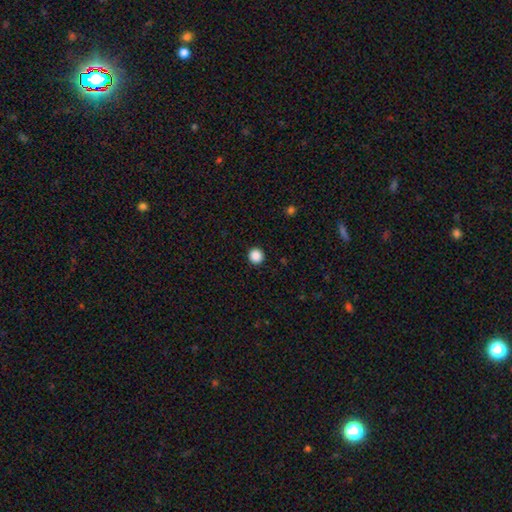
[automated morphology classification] Smooth or featured: smooth — 88% (star or artifact — 10%)
How rounded: round — 96% (in between — 3%)
Merging: none — 93% (minor disturbance — 4%)